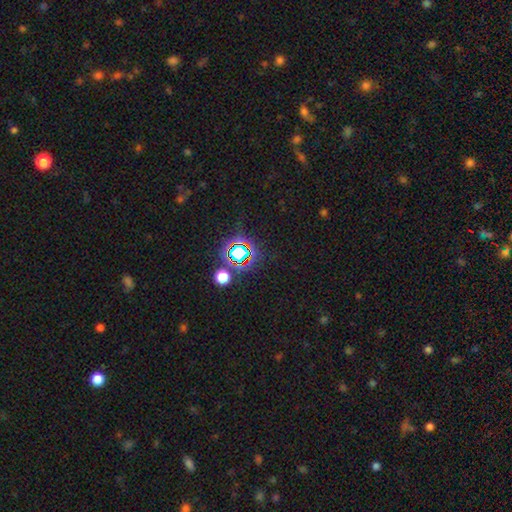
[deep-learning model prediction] Overall: star or artifact (75%).